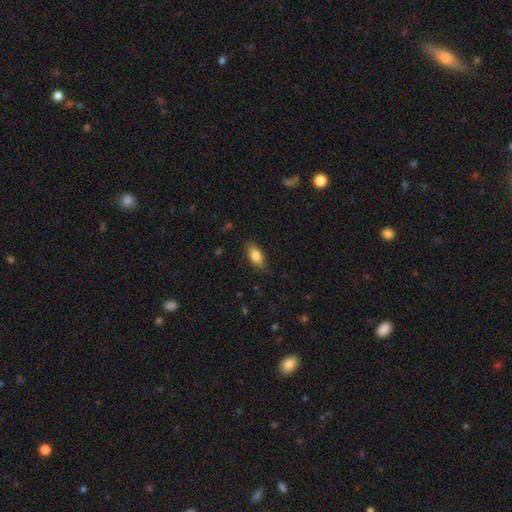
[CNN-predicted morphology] Q: Smooth or featured?
A: smooth (82%); runner-up: featured or disk (11%)
Q: How rounded?
A: in between (86%); runner-up: cigar-shaped (10%)
Q: Merging?
A: none (81%); runner-up: minor disturbance (15%)